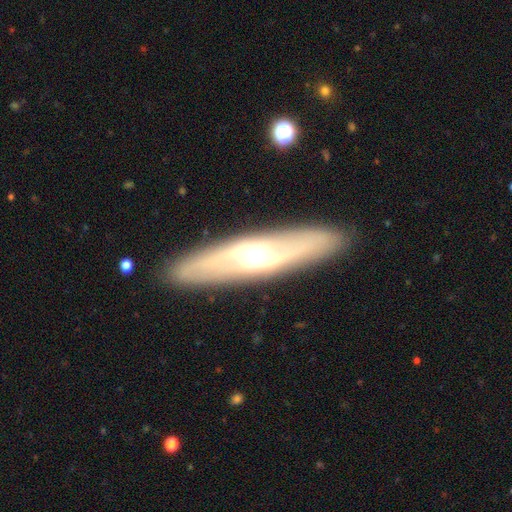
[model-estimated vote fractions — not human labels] Overall: featured or disk (72%). Edge-on disk: no (58%; yes 42%). Merging: none (90%).